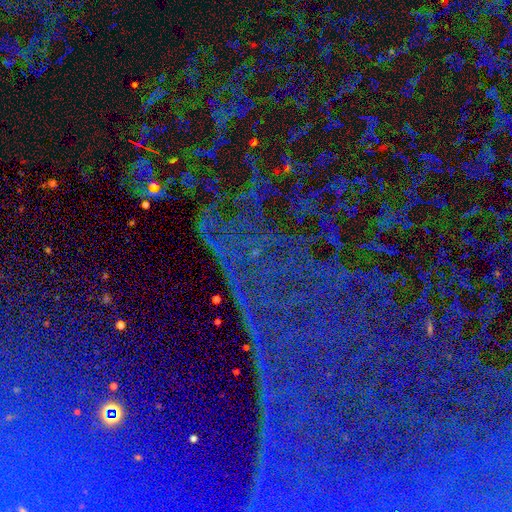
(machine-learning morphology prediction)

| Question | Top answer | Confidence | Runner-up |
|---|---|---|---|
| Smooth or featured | star or artifact | 86% | featured or disk (7%) |